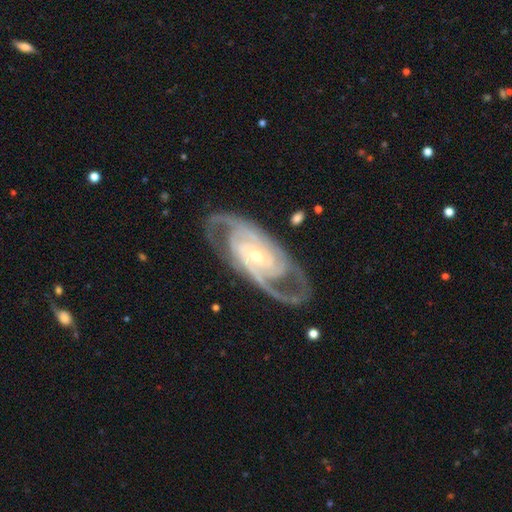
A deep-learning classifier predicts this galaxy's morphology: Q: Smooth or featured?
A: featured or disk (91%); runner-up: smooth (4%)
Q: Edge-on disk?
A: no (95%); runner-up: yes (5%)
Q: Bar?
A: no (47%); runner-up: weak (33%)
Q: Spiral arms?
A: yes (98%); runner-up: no (2%)
Q: Spiral winding?
A: tight (53%); runner-up: medium (40%)
Q: Spiral arm count?
A: 2 (64%); runner-up: 3 (16%)
Q: Bulge size?
A: small (62%); runner-up: moderate (35%)
Q: Merging?
A: none (77%); runner-up: minor disturbance (14%)